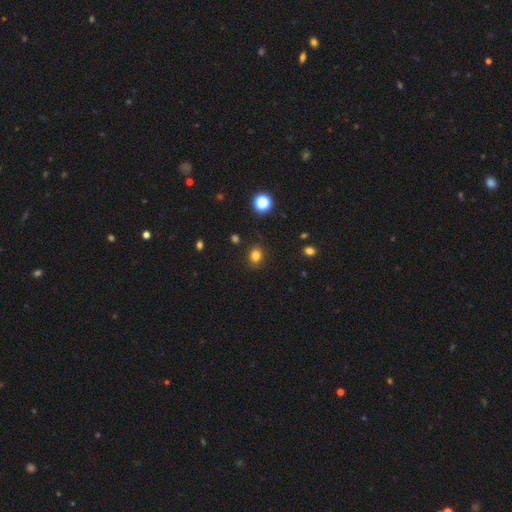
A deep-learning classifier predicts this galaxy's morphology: The model was most divided on "how rounded": round: 64%, in between: 35%, cigar-shaped: 1%. More confident: merging — none (86%); smooth or featured — smooth (80%).